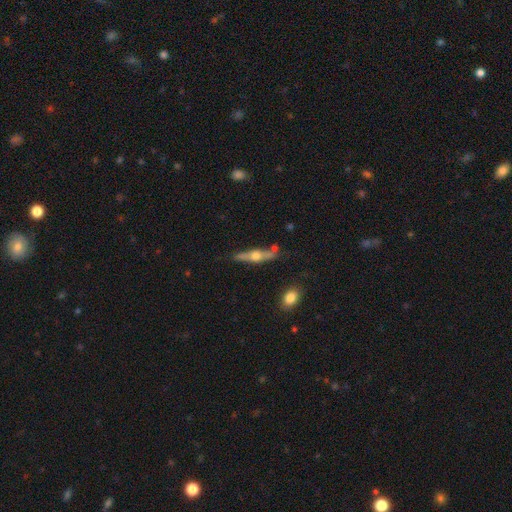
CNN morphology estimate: type=featured or disk (65%); edge-on=yes (93%); edge-on bulge=rounded (94%); merging=none (76%).